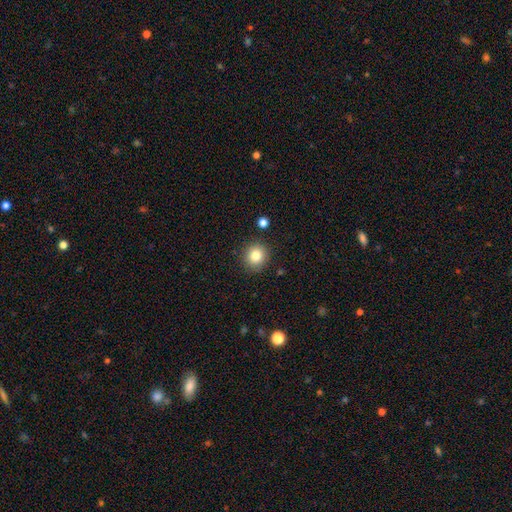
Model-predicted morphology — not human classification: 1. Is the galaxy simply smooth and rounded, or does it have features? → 83% smooth, 10% star or artifact, 7% featured or disk.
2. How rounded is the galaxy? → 90% round, 9% in between, 1% cigar-shaped.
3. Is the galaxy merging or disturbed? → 89% none, 7% minor disturbance, 2% major disturbance, 2% merger.